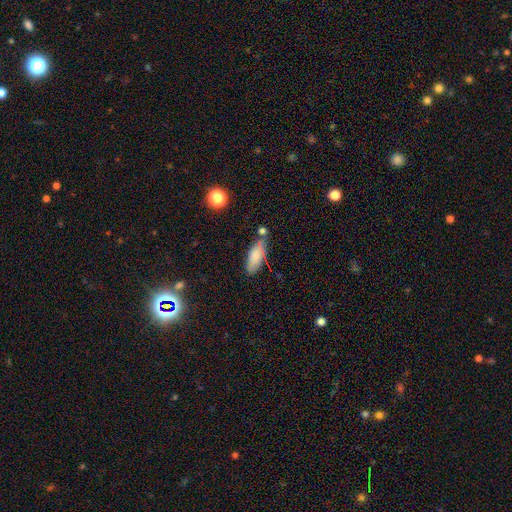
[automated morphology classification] The model was most divided on "merging": none: 59%, minor disturbance: 23%, merger: 13%, major disturbance: 6%. More confident: how rounded — in between (78%); smooth or featured — smooth (78%).